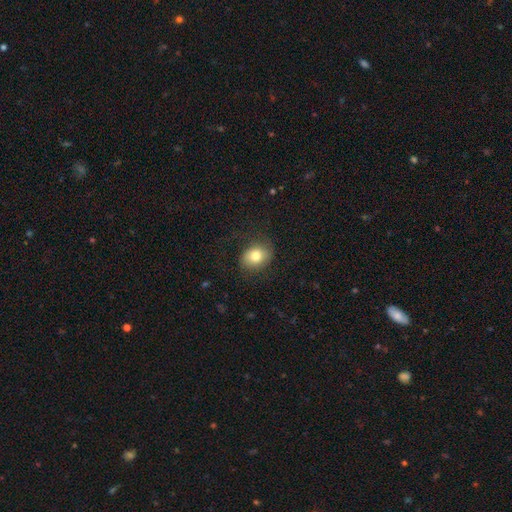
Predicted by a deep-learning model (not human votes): Overall: smooth (77%). How rounded: round (51%; in between 48%). Merging: none (77%).